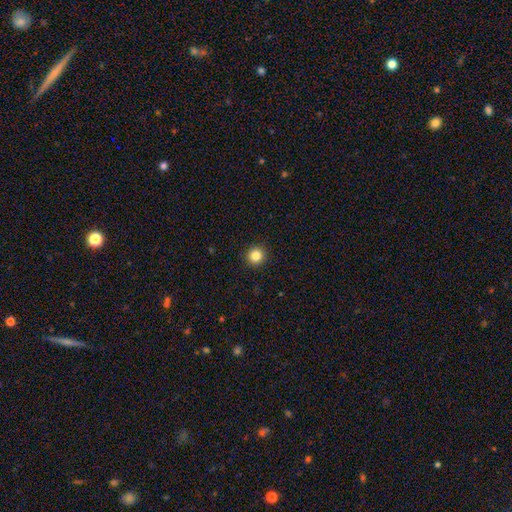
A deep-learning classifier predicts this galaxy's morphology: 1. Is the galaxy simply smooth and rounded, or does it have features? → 84% smooth, 11% star or artifact, 4% featured or disk.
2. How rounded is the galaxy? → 95% round, 4% in between, 1% cigar-shaped.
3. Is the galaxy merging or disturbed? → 93% none, 4% minor disturbance, 2% major disturbance, 1% merger.